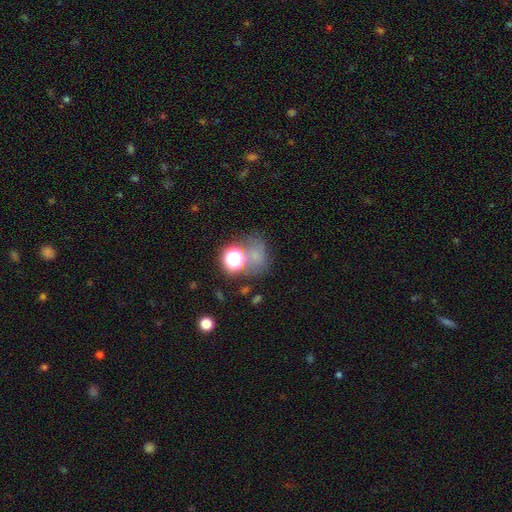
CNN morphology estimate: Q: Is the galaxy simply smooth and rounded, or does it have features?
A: smooth — 54%.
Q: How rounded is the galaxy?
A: round — 58%.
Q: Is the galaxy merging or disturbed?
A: none — 49%.